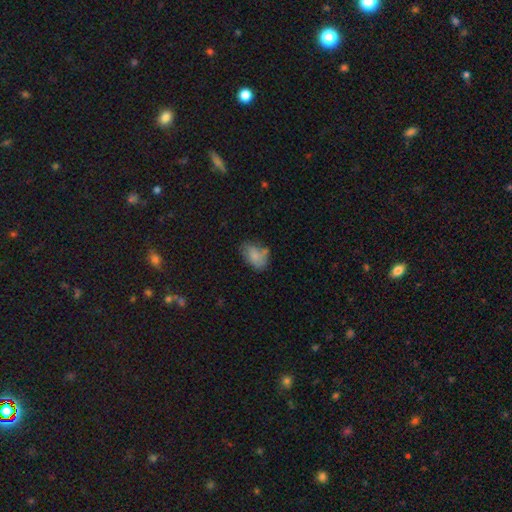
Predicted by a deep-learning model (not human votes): Q: Smooth or featured?
A: smooth (78%); runner-up: featured or disk (14%)
Q: How rounded?
A: in between (88%); runner-up: round (11%)
Q: Merging?
A: none (54%); runner-up: minor disturbance (27%)